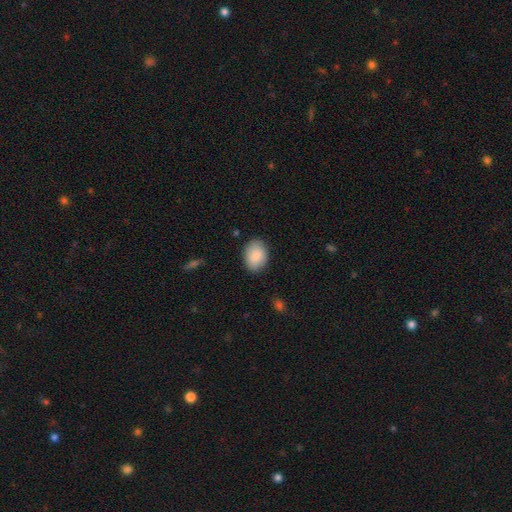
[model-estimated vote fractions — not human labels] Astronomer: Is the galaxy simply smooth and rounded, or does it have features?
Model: smooth — 87%.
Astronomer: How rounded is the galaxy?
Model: in between — 76%.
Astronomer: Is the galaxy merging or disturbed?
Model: none — 85%.